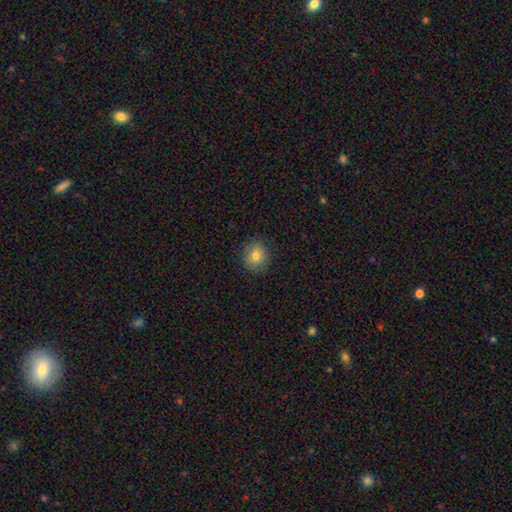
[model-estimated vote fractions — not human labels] Q: Smooth or featured?
A: smooth (78%); runner-up: featured or disk (12%)
Q: How rounded?
A: round (80%); runner-up: in between (19%)
Q: Merging?
A: none (87%); runner-up: minor disturbance (10%)